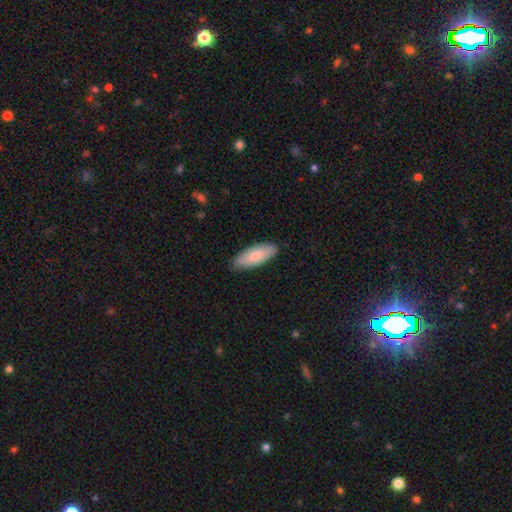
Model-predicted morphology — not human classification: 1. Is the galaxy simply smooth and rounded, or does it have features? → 76% smooth, 18% featured or disk, 5% star or artifact.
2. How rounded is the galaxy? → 77% in between, 21% cigar-shaped, 2% round.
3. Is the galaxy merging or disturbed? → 86% none, 11% minor disturbance, 2% major disturbance, 1% merger.